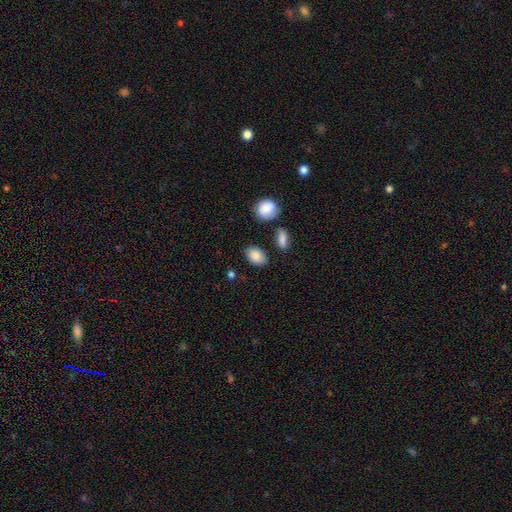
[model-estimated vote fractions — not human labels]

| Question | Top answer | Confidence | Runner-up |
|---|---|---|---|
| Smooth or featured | smooth | 86% | star or artifact (7%) |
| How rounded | in between | 88% | round (11%) |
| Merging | none | 81% | minor disturbance (12%) |